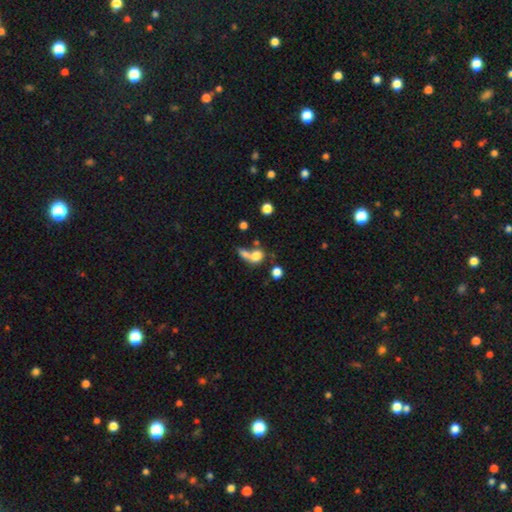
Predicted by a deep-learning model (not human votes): smooth-or-featured: smooth: 74% | featured or disk: 15% | star or artifact: 11%
  how-rounded: round: 60% | in between: 37% | cigar-shaped: 3%
  merging: merger: 55% | none: 28% | major disturbance: 8% | minor disturbance: 8%